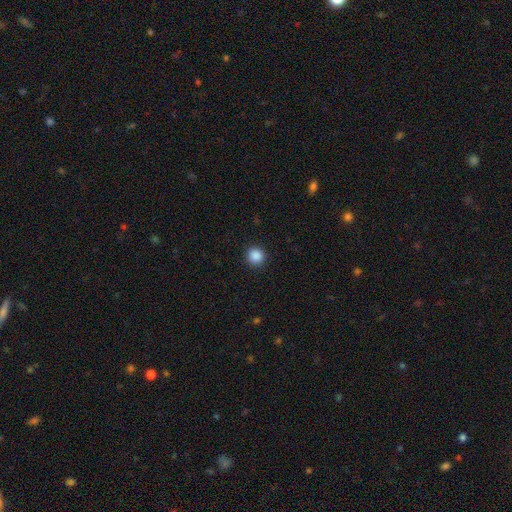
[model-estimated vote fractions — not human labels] Morphology: type=smooth (88%); roundness=round (94%); merging=none (92%).